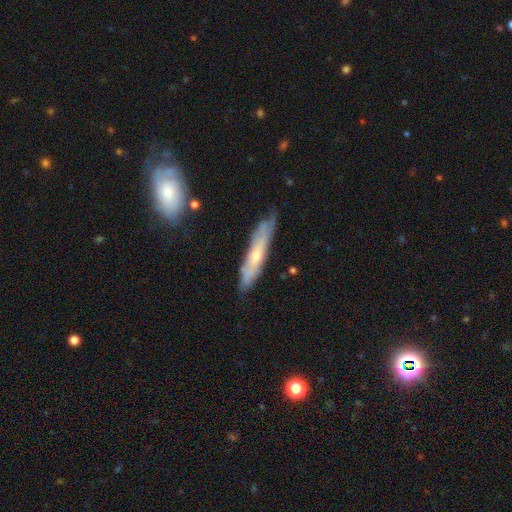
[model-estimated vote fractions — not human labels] A featured or disk galaxy (50%). Merging: none (71%).